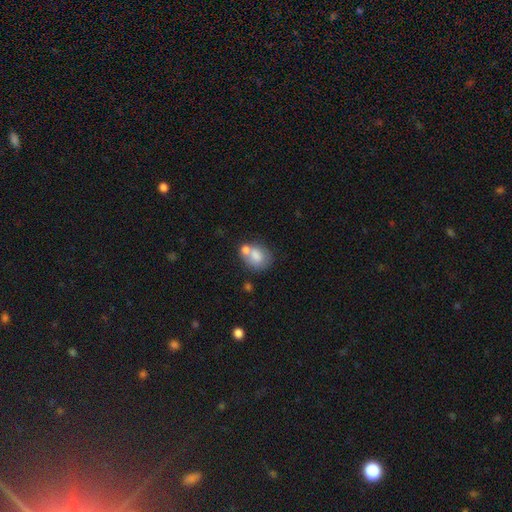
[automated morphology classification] smooth_or_featured: smooth (p=0.74) [alt: featured or disk p=0.17]
how_rounded: in between (p=0.50) [alt: round p=0.49]
merging: merger (p=0.40) [alt: none p=0.38]